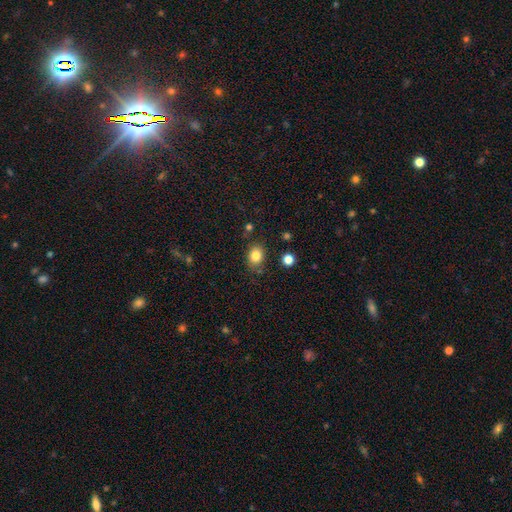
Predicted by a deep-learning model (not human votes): Morphology: type=smooth (83%); roundness=in between (50%); merging=none (81%).